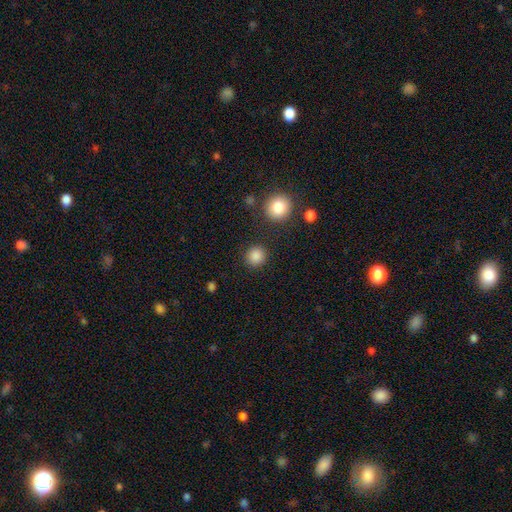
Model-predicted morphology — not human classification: This appears to be a smooth galaxy with no disk features (86%) that is round (92%). Merging: none (88%).